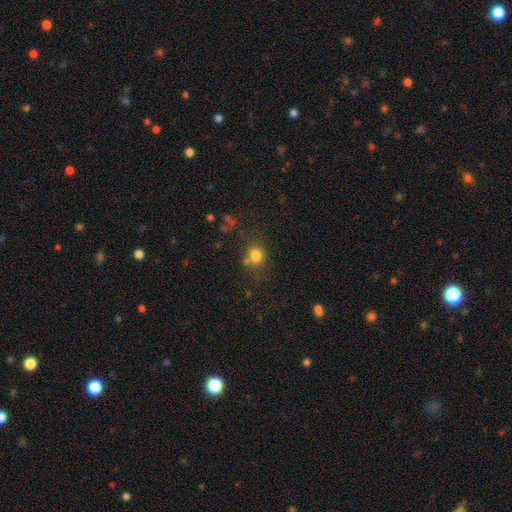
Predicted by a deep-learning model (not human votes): Q: Smooth or featured?
A: smooth (79%); runner-up: star or artifact (13%)
Q: How rounded?
A: round (62%); runner-up: in between (36%)
Q: Merging?
A: none (61%); runner-up: minor disturbance (17%)